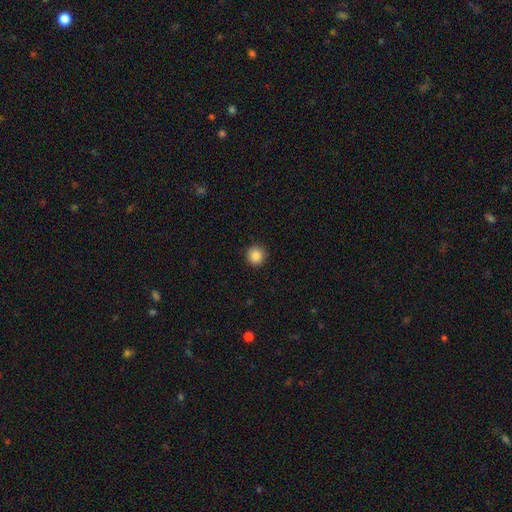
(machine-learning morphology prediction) A smooth galaxy with no disk features (87%) that is round (94%). Merging: none (93%).